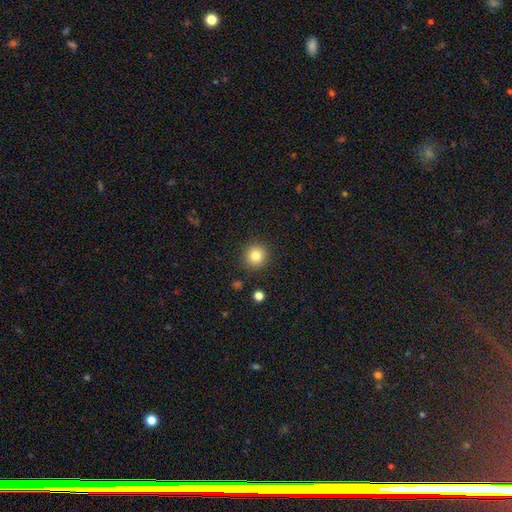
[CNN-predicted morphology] Overall: smooth (82%). How rounded: round (94%). Merging: none (90%).